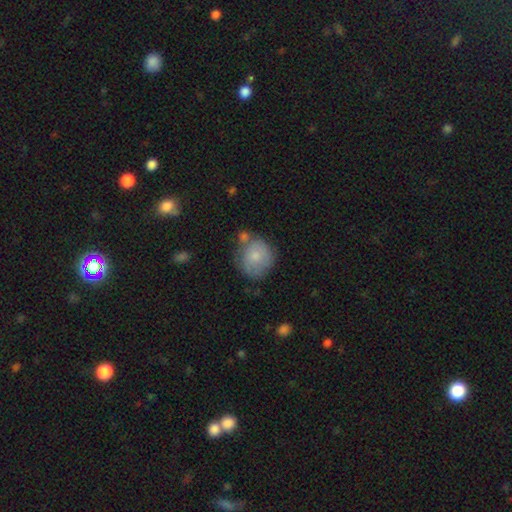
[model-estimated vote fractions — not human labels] Morphology: type=smooth (75%); roundness=round (83%); merging=none (56%).